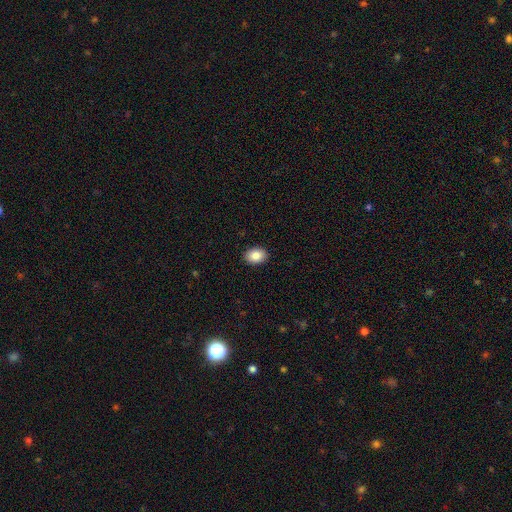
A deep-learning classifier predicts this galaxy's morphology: A smooth galaxy with no disk features (87%) that is in between round and cigar-shaped (76%).

Vote fractions:
- Smooth or featured? smooth: 87% / star or artifact: 8% / featured or disk: 5%
- How rounded? in between: 76% / round: 24% / cigar-shaped: 1%
- Merging? none: 91% / minor disturbance: 7% / major disturbance: 2% / merger: 1%